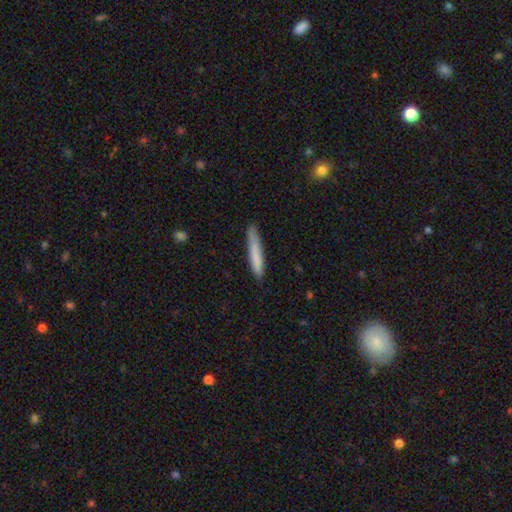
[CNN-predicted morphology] The model was most divided on "smooth or featured": smooth: 78%, featured or disk: 16%, star or artifact: 6%. More confident: how rounded — cigar-shaped (94%); merging — none (82%).